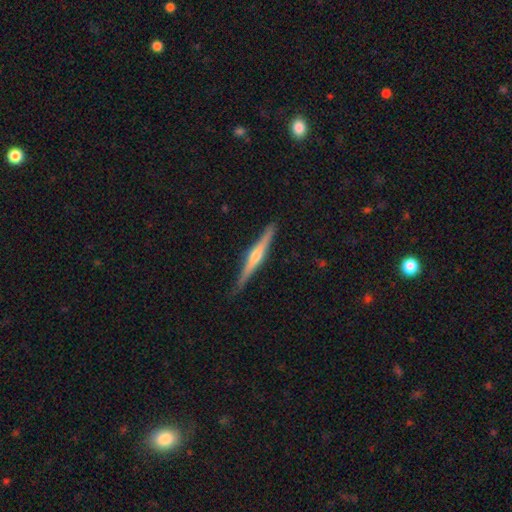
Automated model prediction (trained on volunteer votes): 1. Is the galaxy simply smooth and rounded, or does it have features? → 75% featured or disk, 20% smooth, 5% star or artifact.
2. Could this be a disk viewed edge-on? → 98% yes, 2% no.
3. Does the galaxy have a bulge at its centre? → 86% rounded, 9% none, 6% boxy.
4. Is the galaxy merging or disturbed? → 87% none, 10% minor disturbance, 2% major disturbance, 1% merger.